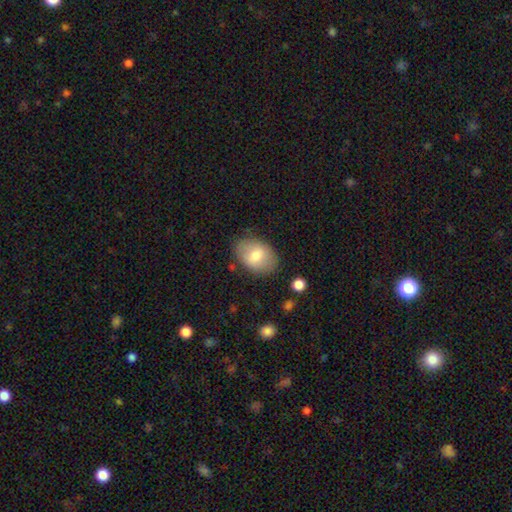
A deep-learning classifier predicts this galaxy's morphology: Overall: smooth (73%). How rounded: in between (83%). Merging: none (80%).